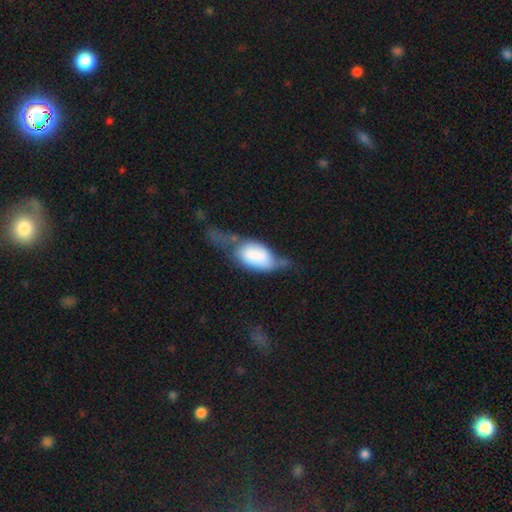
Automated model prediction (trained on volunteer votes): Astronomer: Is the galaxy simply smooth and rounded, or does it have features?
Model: smooth — 62%.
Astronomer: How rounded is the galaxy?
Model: in between — 92%.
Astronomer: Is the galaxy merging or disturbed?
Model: major disturbance — 42% (runner-up: minor disturbance, 26%).